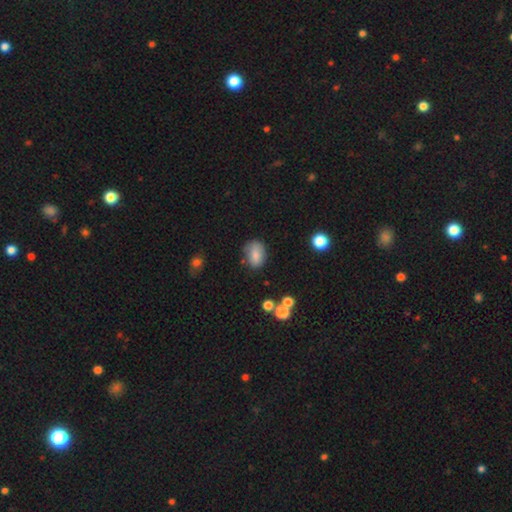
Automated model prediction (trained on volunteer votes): smooth 80%, featured or disk 10%, star or artifact 10%. Down the decision tree: how rounded — in between (78%); merging — none (65%).